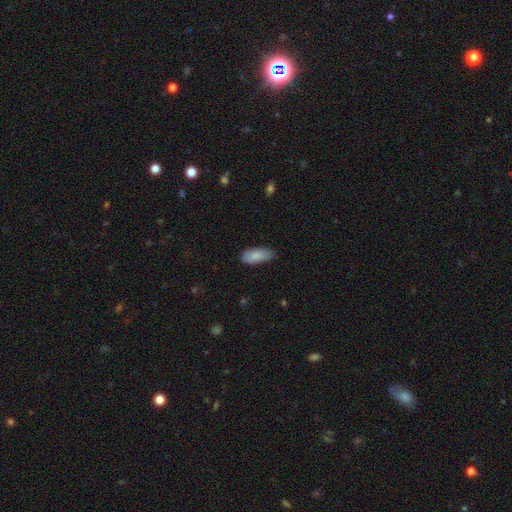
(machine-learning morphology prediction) type=smooth (85%); roundness=in between (84%); merging=none (73%).